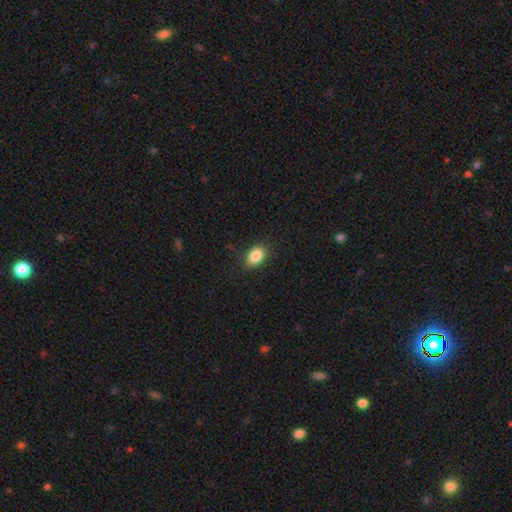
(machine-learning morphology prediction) The model was most divided on "how rounded": in between: 85%, round: 13%, cigar-shaped: 2%. More confident: smooth or featured — smooth (87%); merging — none (84%).